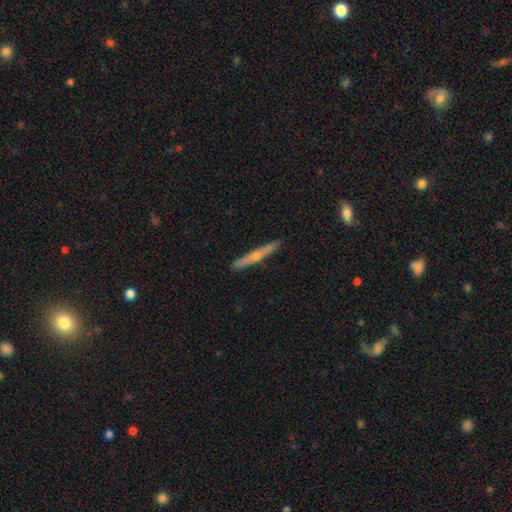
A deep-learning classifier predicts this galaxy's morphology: Smooth or featured?
  - featured or disk: 63% *
  - smooth: 31%
  - star or artifact: 6%
Edge-on disk?
  - yes: 97% *
  - no: 3%
Edge-on bulge?
  - rounded: 83% *
  - none: 15%
  - boxy: 3%
Merging?
  - none: 91% *
  - minor disturbance: 6%
  - major disturbance: 1%
  - merger: 1%